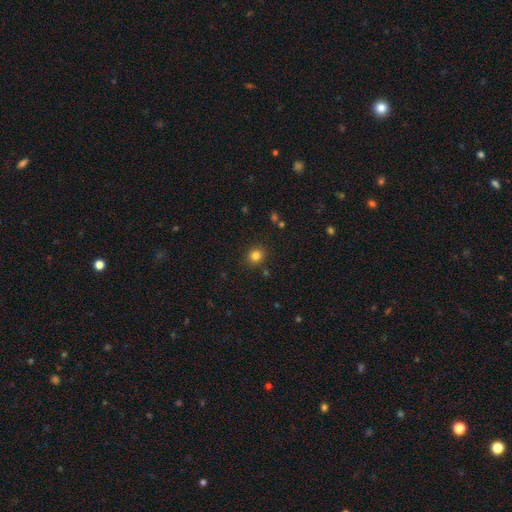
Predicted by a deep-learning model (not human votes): smooth_or_featured: smooth (p=0.81) [alt: star or artifact p=0.13]
how_rounded: round (p=0.82) [alt: in between p=0.17]
merging: none (p=0.88) [alt: minor disturbance p=0.07]